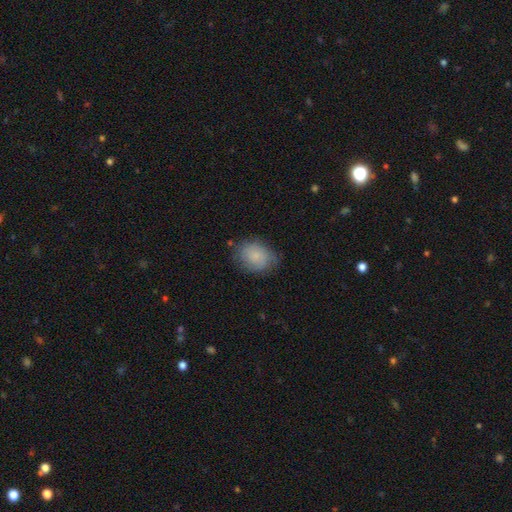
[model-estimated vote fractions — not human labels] Smooth or featured: smooth — 78% (featured or disk — 15%)
How rounded: in between — 64% (round — 35%)
Merging: none — 66% (minor disturbance — 26%)